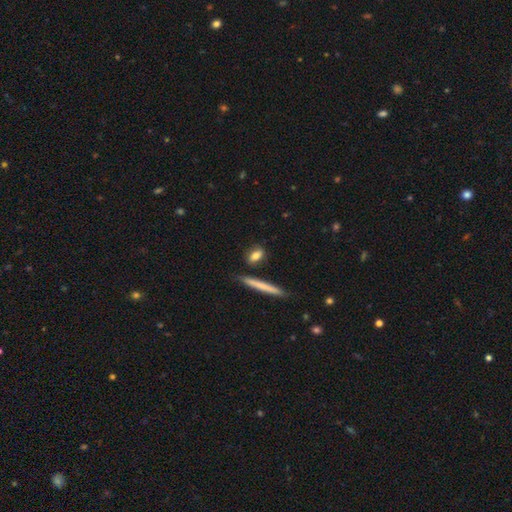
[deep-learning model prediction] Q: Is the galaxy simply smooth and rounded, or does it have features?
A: smooth — 78%.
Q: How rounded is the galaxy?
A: in between — 51%.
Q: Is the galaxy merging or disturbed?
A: none — 78%.